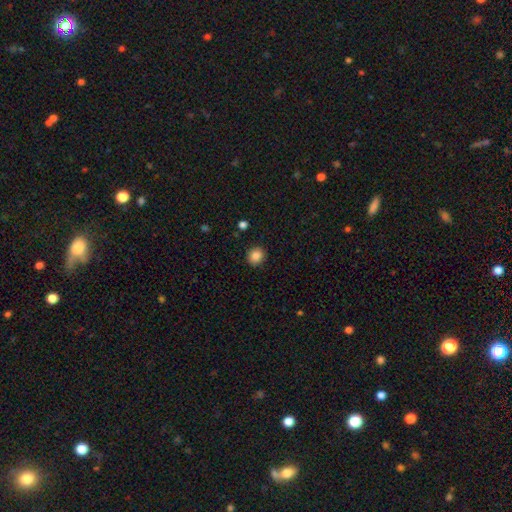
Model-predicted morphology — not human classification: Smooth or featured? Predicted: smooth (p=0.86). How rounded? Predicted: round (p=0.84). Merging? Predicted: none (p=0.91).